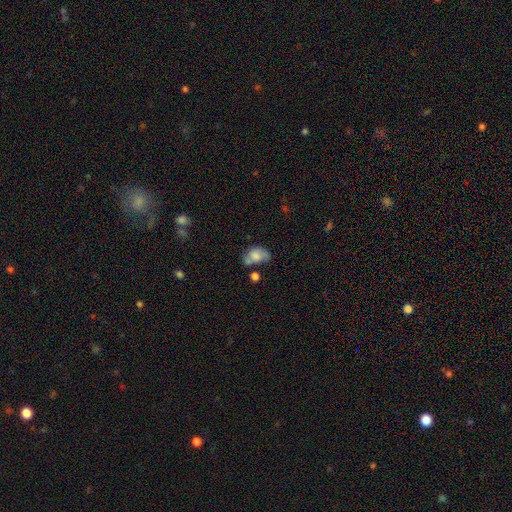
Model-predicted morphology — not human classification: Q: Smooth or featured?
A: smooth (66%); runner-up: featured or disk (24%)
Q: How rounded?
A: in between (85%); runner-up: round (13%)
Q: Merging?
A: none (38%); runner-up: minor disturbance (30%)